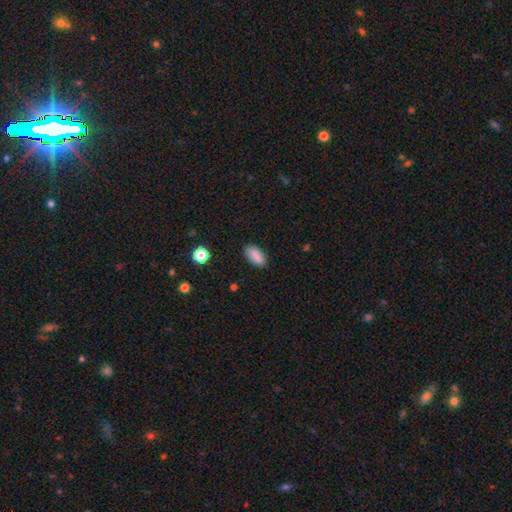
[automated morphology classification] Overall: smooth (88%). How rounded: in between (90%). Merging: none (85%).